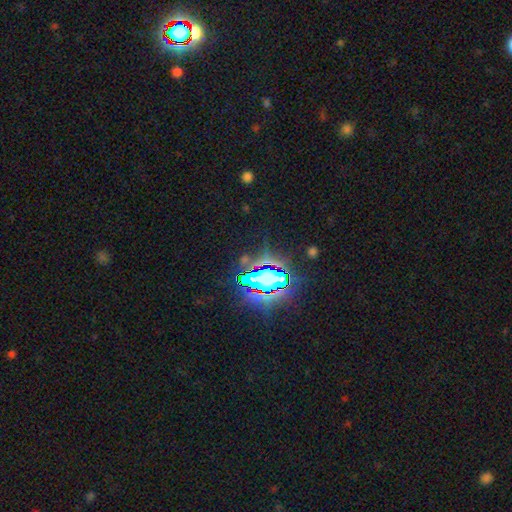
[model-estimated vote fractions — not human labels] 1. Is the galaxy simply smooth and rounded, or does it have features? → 83% star or artifact, 10% smooth, 7% featured or disk.